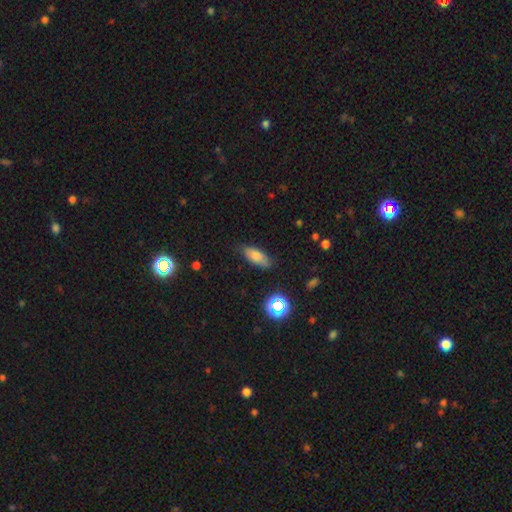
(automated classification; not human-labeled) A smooth galaxy with no disk features (77%) that is in between round and cigar-shaped (75%). Merging: none (80%).